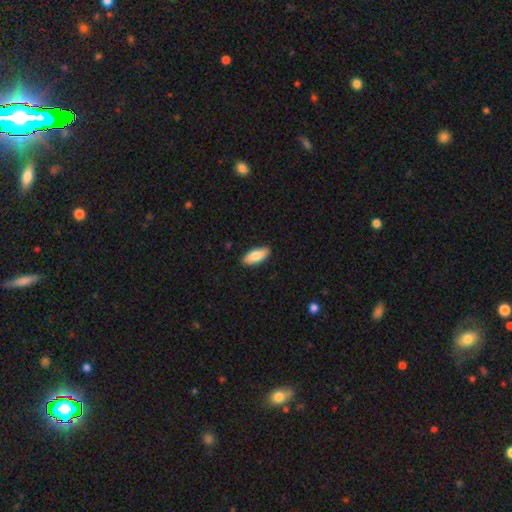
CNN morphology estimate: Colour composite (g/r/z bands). It shows a smooth galaxy with no disk features (81%) that is in between round and cigar-shaped (83%). Merging: none (88%).